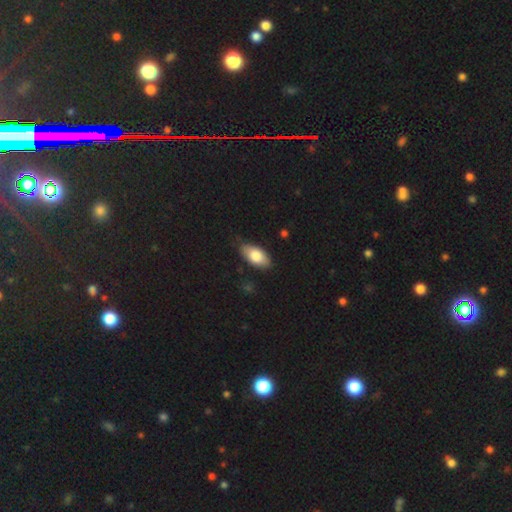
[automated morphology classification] A smooth galaxy with no disk features (78%) that is in between round and cigar-shaped (92%). Merging: none (79%).